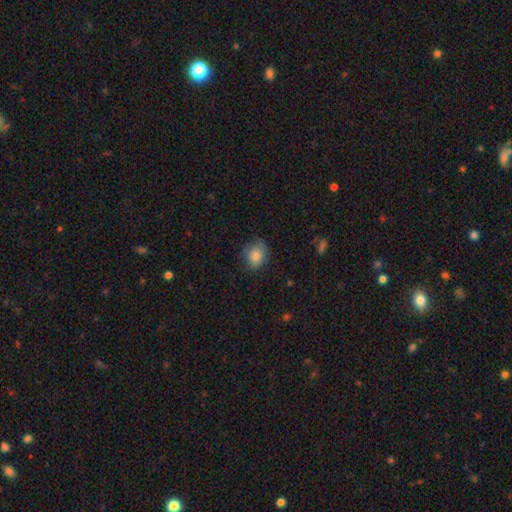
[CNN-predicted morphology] Q: Smooth or featured?
A: smooth (84%); runner-up: star or artifact (9%)
Q: How rounded?
A: in between (50%); runner-up: round (49%)
Q: Merging?
A: none (74%); runner-up: minor disturbance (20%)